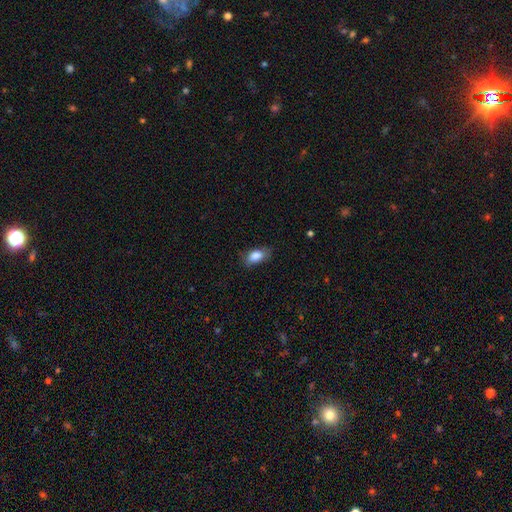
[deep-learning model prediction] A smooth galaxy with no disk features (85%) that is in between round and cigar-shaped (90%). Merging: none (73%).